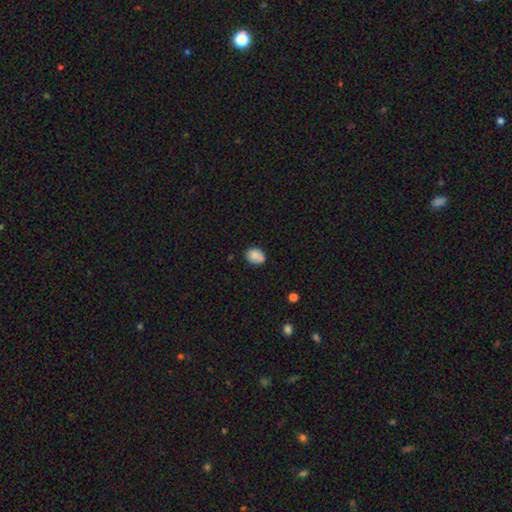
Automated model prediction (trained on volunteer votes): Smooth or featured?
  - smooth: 82% *
  - featured or disk: 9%
  - star or artifact: 9%
How rounded?
  - round: 52% *
  - in between: 47%
  - cigar-shaped: 1%
Merging?
  - none: 63% *
  - minor disturbance: 17%
  - merger: 16%
  - major disturbance: 4%